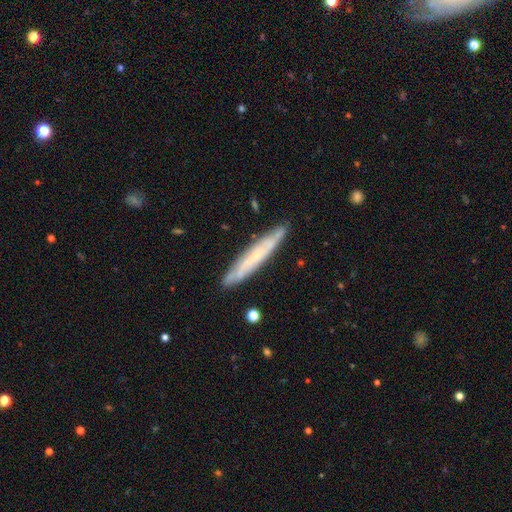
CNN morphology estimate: Smooth or featured? featured or disk (57%)
Edge-on disk? yes (75%)
Merging? none (84%)